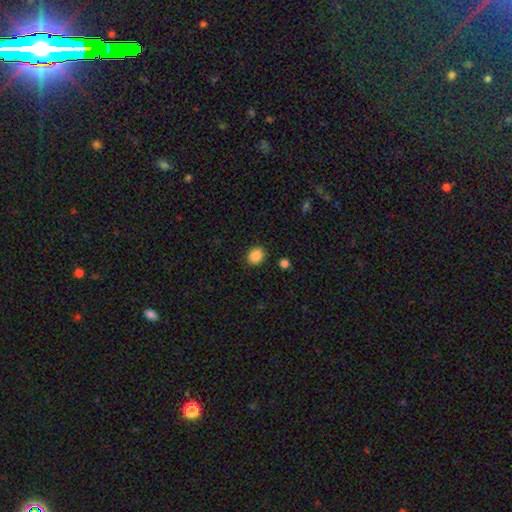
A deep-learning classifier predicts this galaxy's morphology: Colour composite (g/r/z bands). It shows a smooth galaxy with no disk features (88%) that is round (59%). Merging: none (88%).